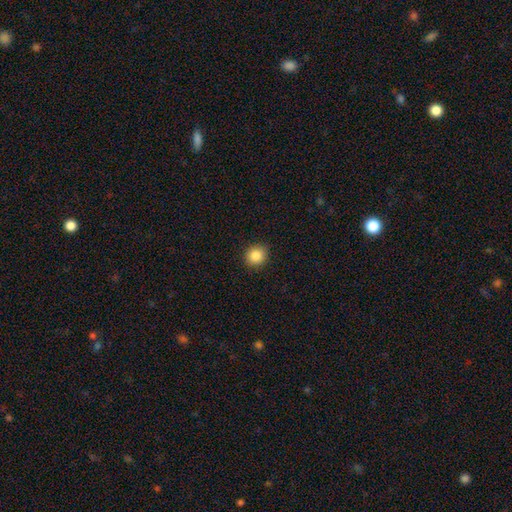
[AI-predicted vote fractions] This is clearly a smooth galaxy (86%). How rounded: clearly round (82%). Merging: clearly none (89%).